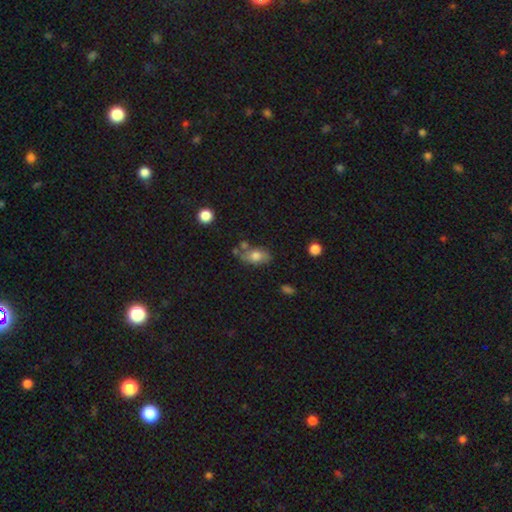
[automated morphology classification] smooth-or-featured: smooth: 72% | featured or disk: 19% | star or artifact: 9%
  how-rounded: in between: 85% | round: 11% | cigar-shaped: 4%
  merging: none: 58% | minor disturbance: 21% | merger: 14% | major disturbance: 6%